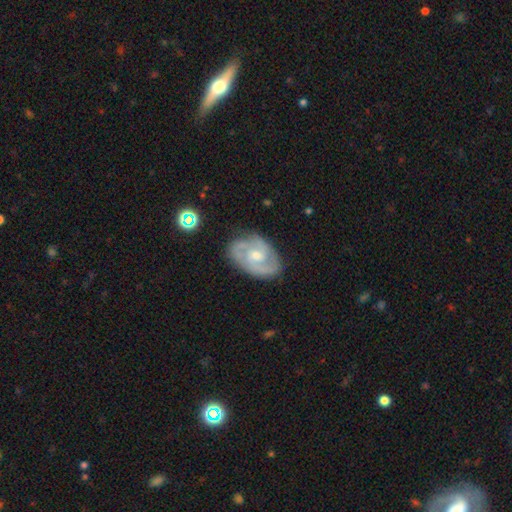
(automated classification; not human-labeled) Smooth or featured? featured or disk (81%)
Edge-on disk? no (97%)
Bar? no (56%)
Spiral arms? yes (94%)
Spiral winding? tight (47%)
Spiral arm count? 2 (54%)
Bulge size? moderate (57%)
Merging? none (73%)